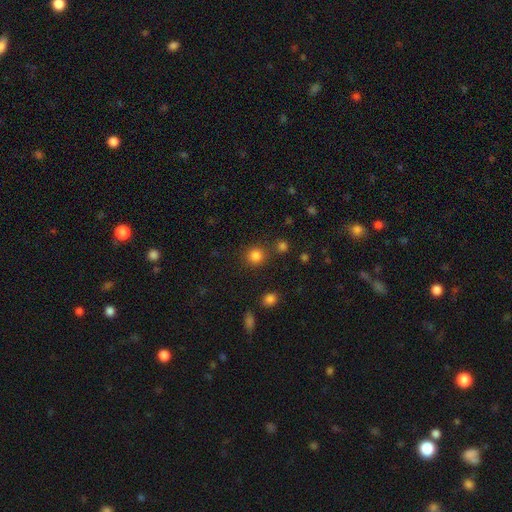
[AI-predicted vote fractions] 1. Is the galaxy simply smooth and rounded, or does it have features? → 83% smooth, 13% star or artifact, 4% featured or disk.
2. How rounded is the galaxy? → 91% round, 8% in between, 1% cigar-shaped.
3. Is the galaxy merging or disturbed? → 82% none, 8% minor disturbance, 7% merger, 3% major disturbance.